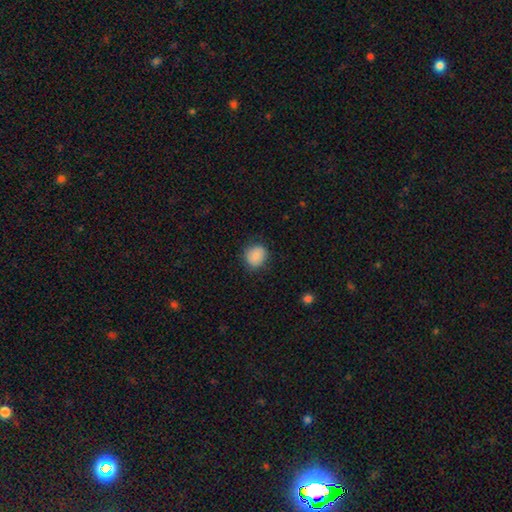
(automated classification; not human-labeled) Overall: smooth (87%). How rounded: round (70%). Merging: none (81%).